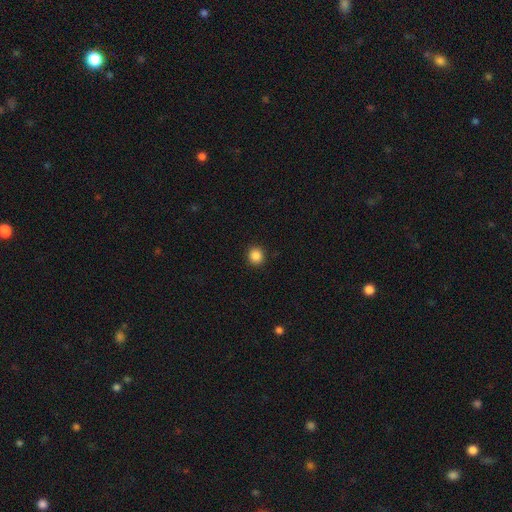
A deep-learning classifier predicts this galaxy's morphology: This appears to be a smooth galaxy with no disk features (87%) that is round (91%). Merging: none (92%).